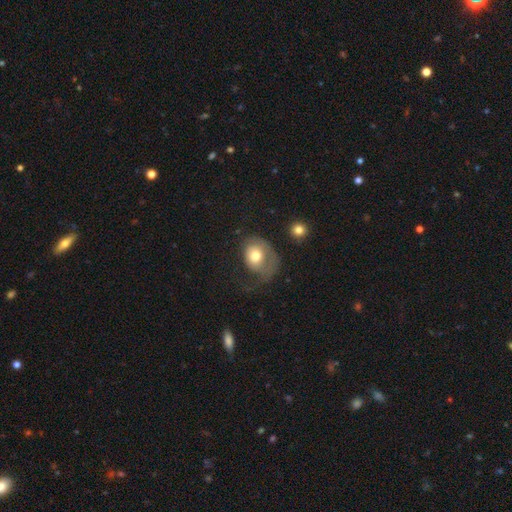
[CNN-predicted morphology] smooth-or-featured: smooth: 62% | featured or disk: 31% | star or artifact: 8%
  how-rounded: in between: 51% | round: 48% | cigar-shaped: 1%
  merging: major disturbance: 49% | none: 26% | minor disturbance: 22% | merger: 3%